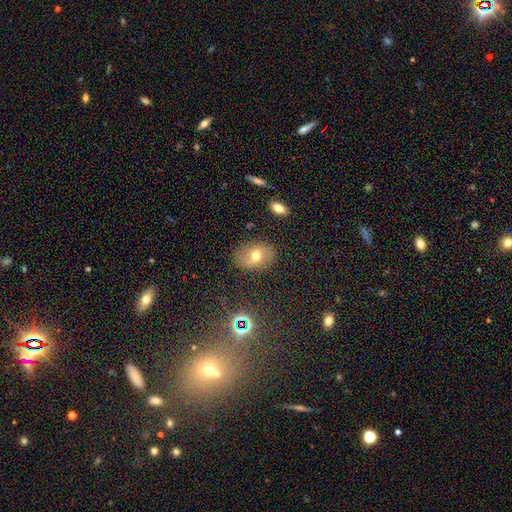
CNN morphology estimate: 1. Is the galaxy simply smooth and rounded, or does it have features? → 51% smooth, 36% featured or disk, 13% star or artifact.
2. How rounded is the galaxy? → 77% in between, 21% round, 2% cigar-shaped.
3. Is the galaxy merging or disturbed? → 82% none, 12% minor disturbance, 4% major disturbance, 2% merger.